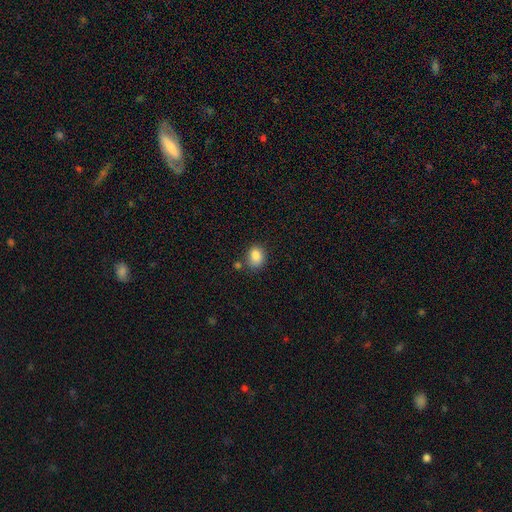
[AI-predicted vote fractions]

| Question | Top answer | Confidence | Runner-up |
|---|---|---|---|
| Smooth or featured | smooth | 85% | star or artifact (10%) |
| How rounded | in between | 56% | round (43%) |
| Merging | none | 69% | minor disturbance (17%) |